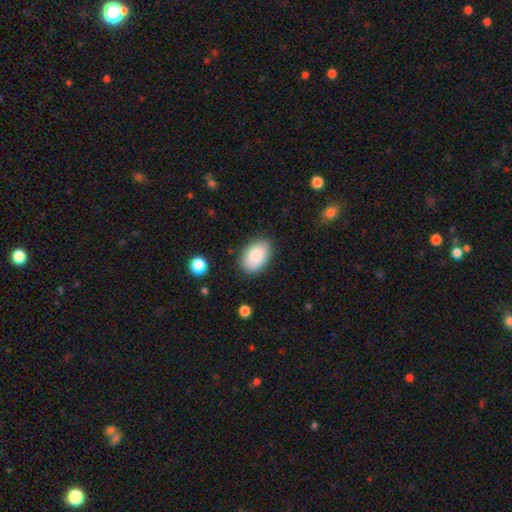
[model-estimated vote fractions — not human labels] The model was most divided on "merging": none: 84%, minor disturbance: 12%, major disturbance: 3%, merger: 1%. More confident: how rounded — in between (89%); smooth or featured — smooth (86%).